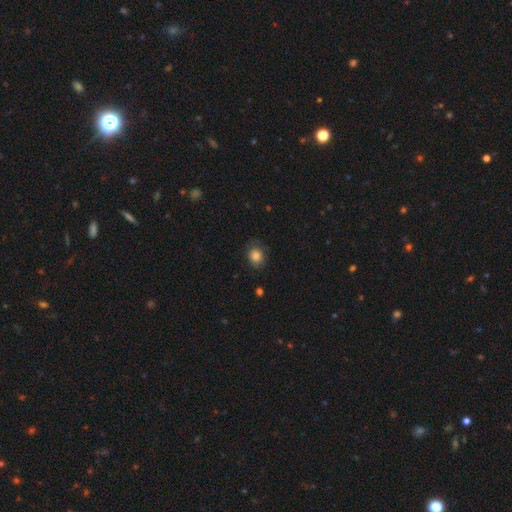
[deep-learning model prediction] A smooth galaxy with no disk features (84%) that is round (69%).

Vote fractions:
- Smooth or featured? smooth: 84% / star or artifact: 10% / featured or disk: 6%
- How rounded? round: 69% / in between: 30% / cigar-shaped: 1%
- Merging? none: 75% / minor disturbance: 19% / major disturbance: 5% / merger: 1%